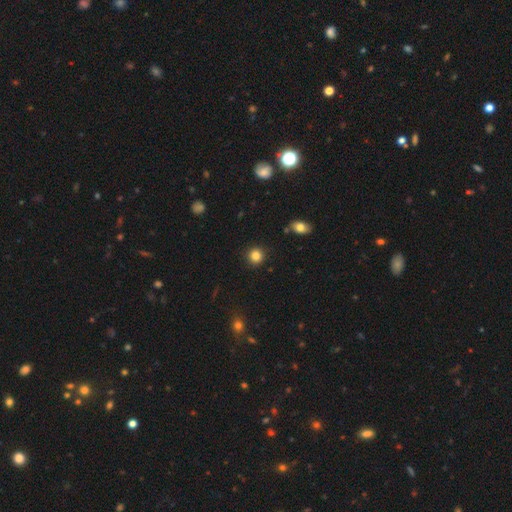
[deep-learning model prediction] This appears to be a smooth galaxy with no disk features (84%) that is round (92%). Merging: none (90%).